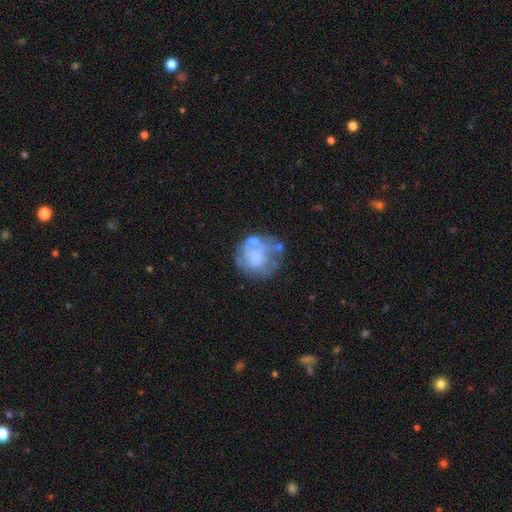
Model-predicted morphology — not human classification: A smooth galaxy with no disk features (46%).

Vote fractions:
- Smooth or featured? smooth: 46% / featured or disk: 44% / star or artifact: 10%
- Merging? none: 44% / minor disturbance: 22% / major disturbance: 22% / merger: 12%